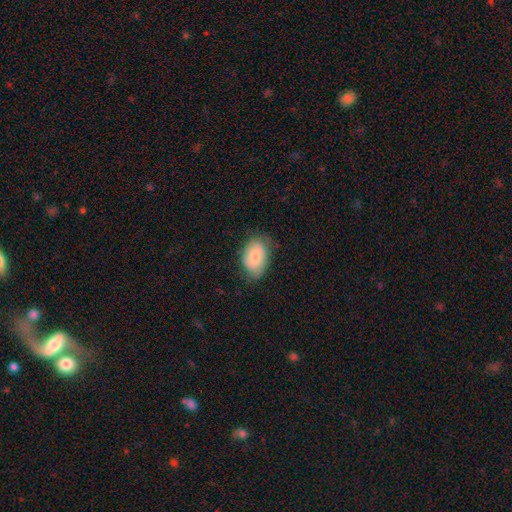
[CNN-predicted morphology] Overall: smooth (76%). How rounded: in between (86%). Merging: none (68%).